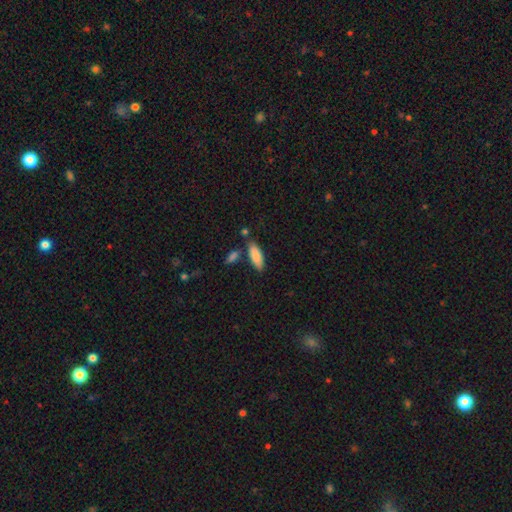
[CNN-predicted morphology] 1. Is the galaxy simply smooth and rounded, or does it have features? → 86% smooth, 8% featured or disk, 6% star or artifact.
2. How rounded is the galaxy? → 67% in between, 32% cigar-shaped, 2% round.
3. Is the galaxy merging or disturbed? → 75% none, 12% minor disturbance, 10% merger, 3% major disturbance.